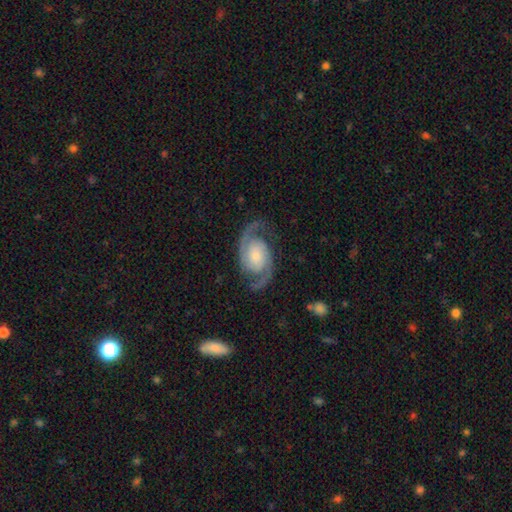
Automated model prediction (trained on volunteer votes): Overall: featured or disk (91%). Edge-on disk: no (98%). Bar: no (67%). Spiral arms: yes (98%). Spiral arm count: 2 (94%). Spiral winding: medium (55%; tight 26%). Bulge size: small (53%; moderate 32%). Merging: none (80%).